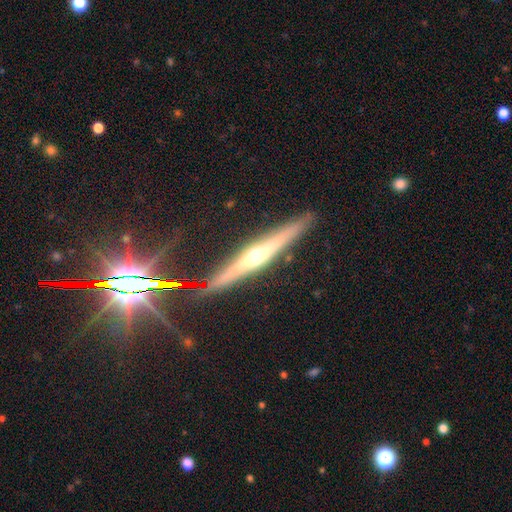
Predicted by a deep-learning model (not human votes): This is likely a featured or disk galaxy (69%). It is clearly viewed edge-on (96%). Edge-on bulge: clearly rounded (84%). Merging: clearly none (88%).